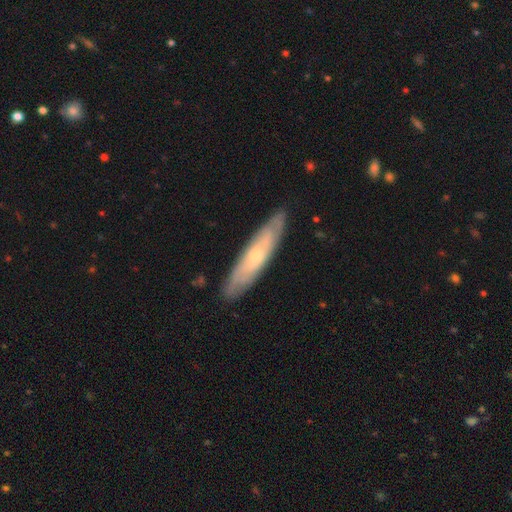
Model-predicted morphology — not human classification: A featured or disk galaxy (55%). Merging: none (84%).